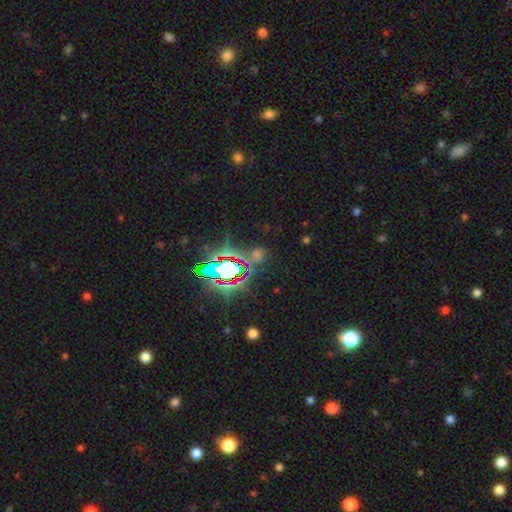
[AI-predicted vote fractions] Morphology: type=star or artifact (73%).